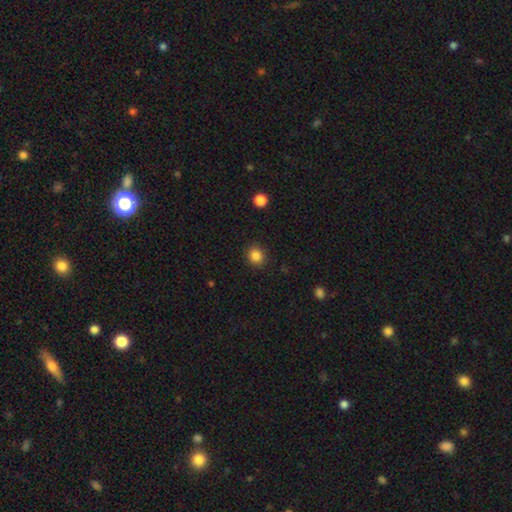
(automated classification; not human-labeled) A smooth galaxy with no disk features (85%) that is round (85%). Merging: none (90%).